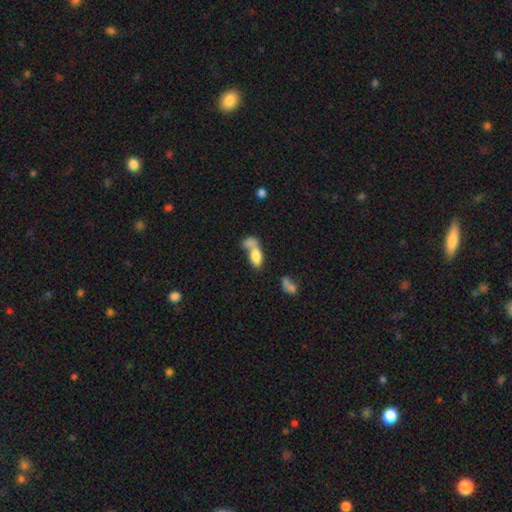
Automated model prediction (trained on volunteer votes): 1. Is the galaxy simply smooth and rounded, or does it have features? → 78% smooth, 13% featured or disk, 8% star or artifact.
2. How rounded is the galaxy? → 87% in between, 8% round, 5% cigar-shaped.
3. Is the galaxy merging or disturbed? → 62% merger, 22% none, 9% minor disturbance, 7% major disturbance.